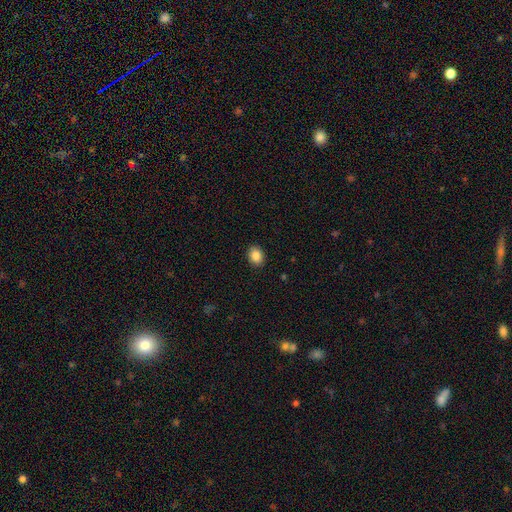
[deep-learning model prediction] A smooth galaxy with no disk features (87%) that is in between round and cigar-shaped (64%).

Vote fractions:
- Smooth or featured? smooth: 87% / star or artifact: 8% / featured or disk: 4%
- How rounded? in between: 64% / round: 35% / cigar-shaped: 1%
- Merging? none: 90% / minor disturbance: 7% / major disturbance: 2% / merger: 1%